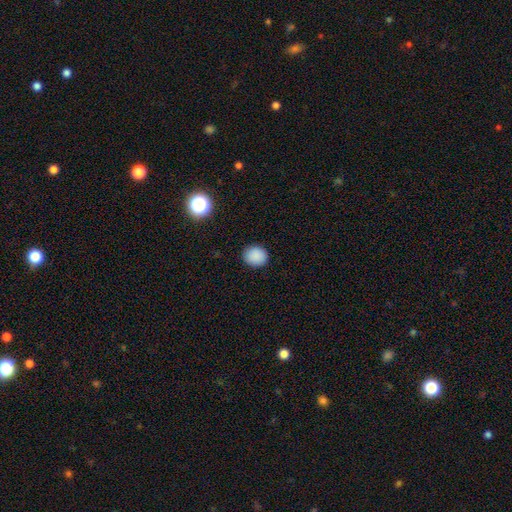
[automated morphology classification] type=smooth (88%); roundness=round (76%); merging=none (89%).